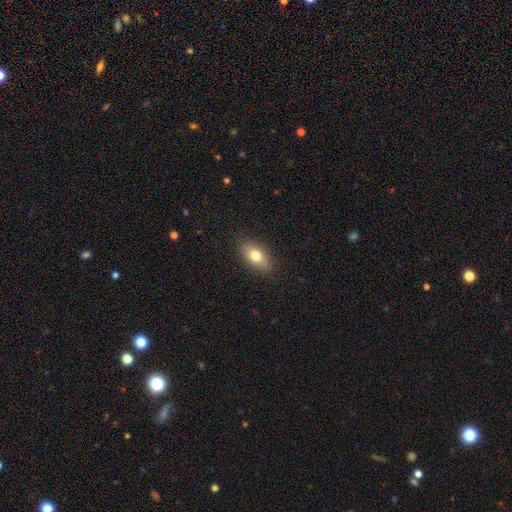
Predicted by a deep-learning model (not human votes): Smooth or featured: smooth — 75% (featured or disk — 17%)
How rounded: in between — 87% (round — 8%)
Merging: none — 87% (minor disturbance — 10%)